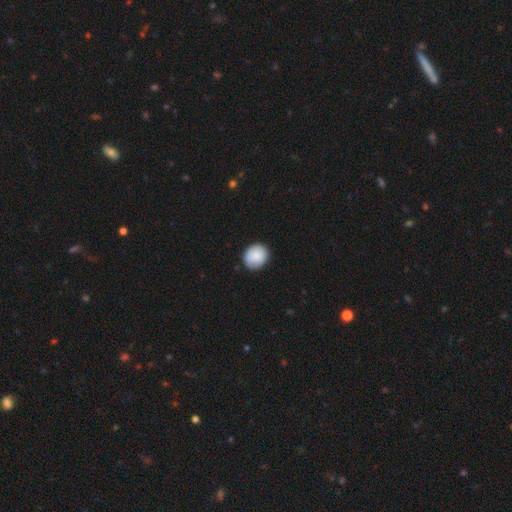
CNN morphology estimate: Overall: smooth (87%). How rounded: round (74%). Merging: none (85%).